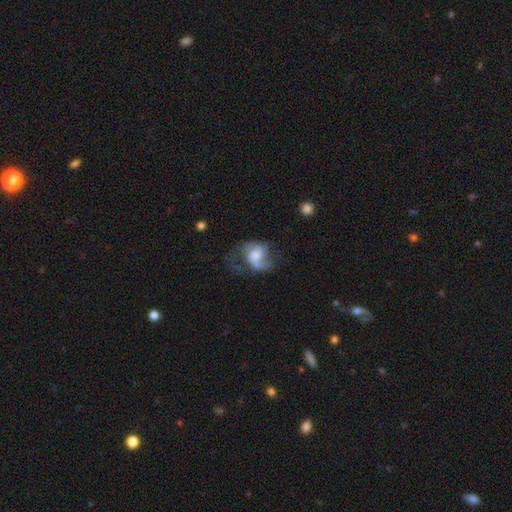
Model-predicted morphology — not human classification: Smooth or featured? featured or disk (63%)
Edge-on disk? no (98%)
Bar? no (62%)
Spiral arms? yes (83%)
Spiral winding? loose (45%)
Spiral arm count? 2 (74%)
Bulge size? moderate (38%)
Merging? none (38%)